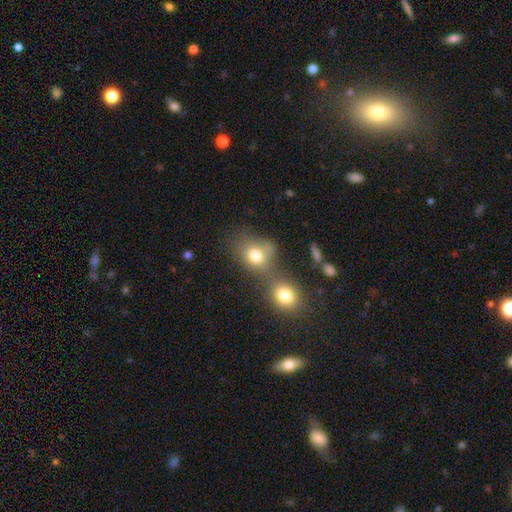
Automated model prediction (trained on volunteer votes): Overall: smooth (77%). How rounded: round (62%; in between 37%). Merging: merger (52%; none 33%).